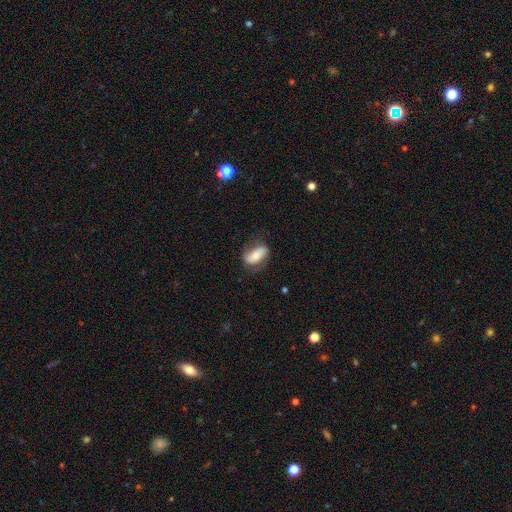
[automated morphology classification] Smooth or featured? Predicted: smooth (p=0.52). How rounded? Predicted: in between (p=0.87). Merging? Predicted: none (p=0.66).